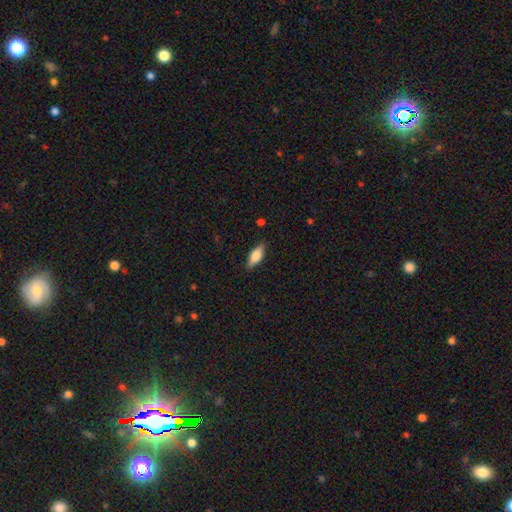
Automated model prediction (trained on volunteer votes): The model was most divided on "how rounded": in between: 72%, cigar-shaped: 25%, round: 3%. More confident: merging — none (84%); smooth or featured — smooth (72%).